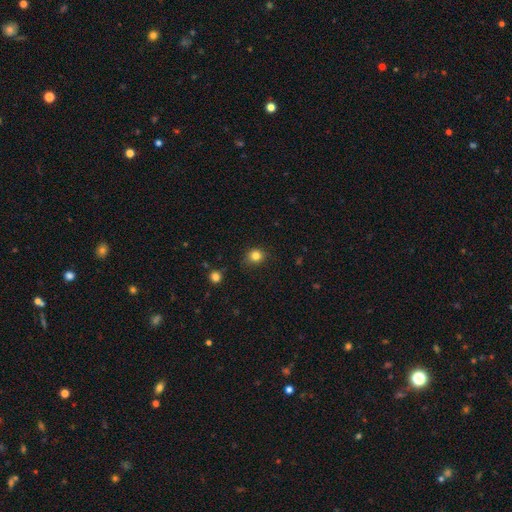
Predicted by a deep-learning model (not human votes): Smooth or featured? smooth (82%)
How rounded? round (81%)
Merging? none (83%)